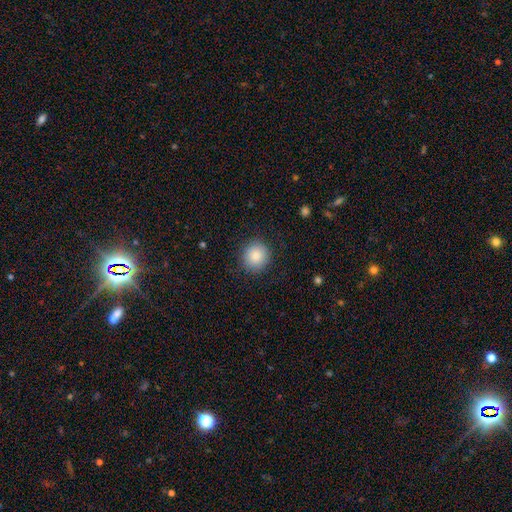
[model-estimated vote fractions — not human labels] Smooth or featured: smooth — 86% (star or artifact — 8%)
How rounded: round — 90% (in between — 9%)
Merging: none — 89% (minor disturbance — 8%)